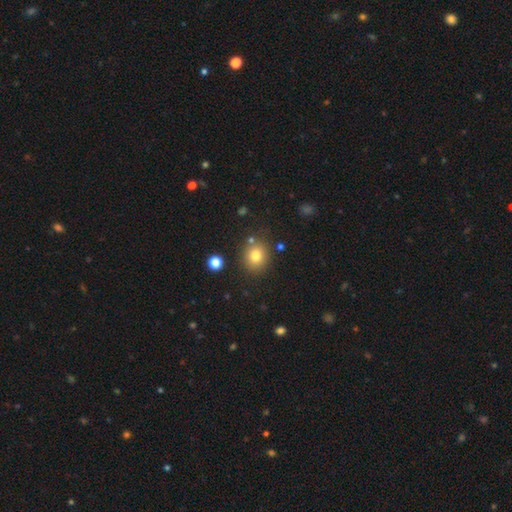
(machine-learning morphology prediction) smooth_or_featured: smooth (p=0.78) [alt: star or artifact p=0.13]
how_rounded: round (p=0.77) [alt: in between p=0.22]
merging: none (p=0.82) [alt: minor disturbance p=0.10]